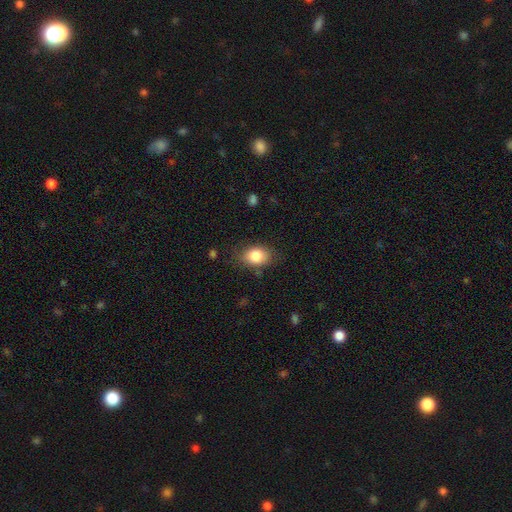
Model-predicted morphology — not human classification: Overall: smooth (83%). How rounded: in between (69%; round 30%). Merging: none (78%).